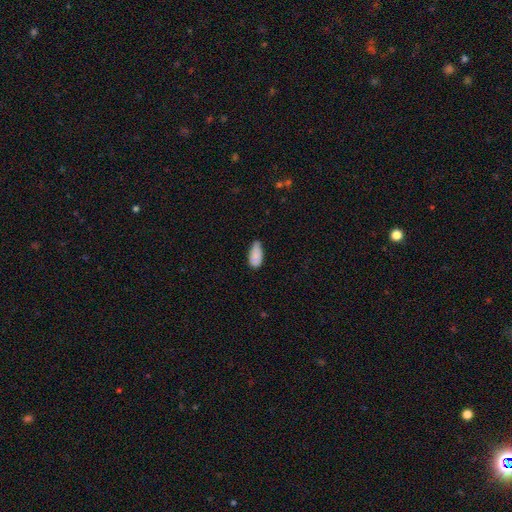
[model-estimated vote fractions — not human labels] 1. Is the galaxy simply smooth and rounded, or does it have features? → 86% smooth, 7% star or artifact, 7% featured or disk.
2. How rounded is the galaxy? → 90% in between, 8% cigar-shaped, 2% round.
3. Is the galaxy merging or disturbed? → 50% none, 40% minor disturbance, 7% major disturbance, 2% merger.